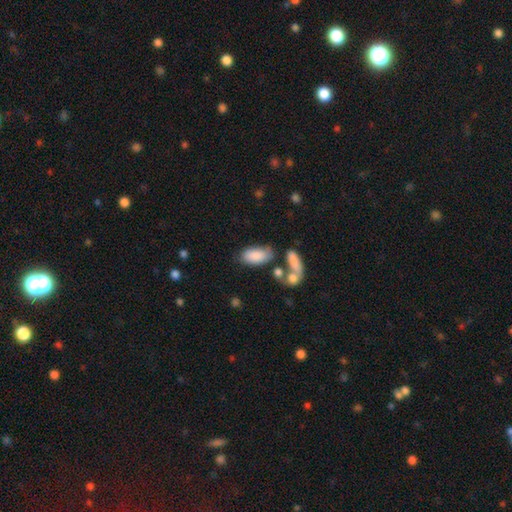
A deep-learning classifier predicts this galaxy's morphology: The model was most divided on "merging": none: 56%, minor disturbance: 18%, merger: 18%, major disturbance: 8%. More confident: how rounded — in between (91%); smooth or featured — smooth (83%).